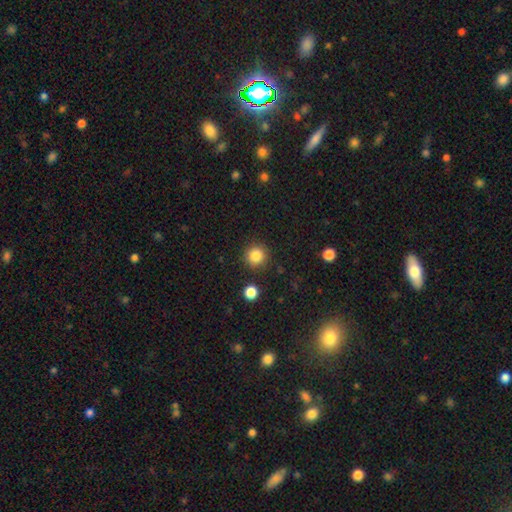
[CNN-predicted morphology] A smooth galaxy with no disk features (85%) that is round (94%). Merging: none (88%).